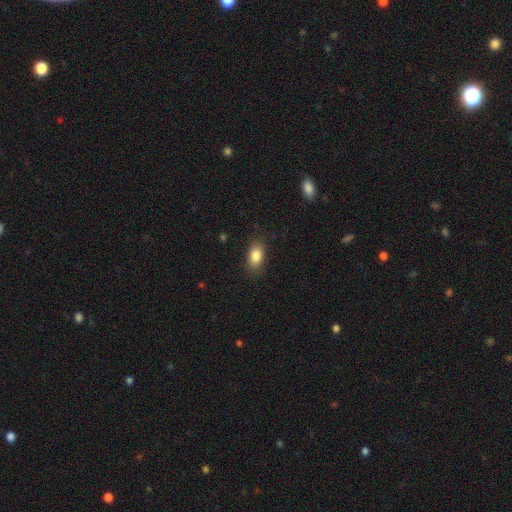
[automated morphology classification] This is clearly a smooth galaxy (85%). How rounded: clearly in between (87%). Merging: clearly none (85%).